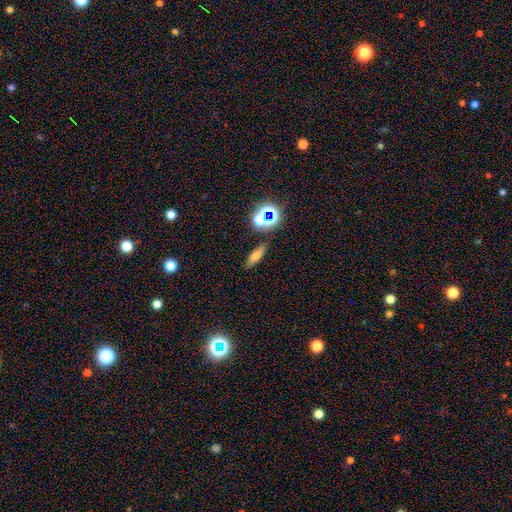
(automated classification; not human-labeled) This appears to be a smooth galaxy with no disk features (60%) that is in between round and cigar-shaped (47%). Merging: none (80%).